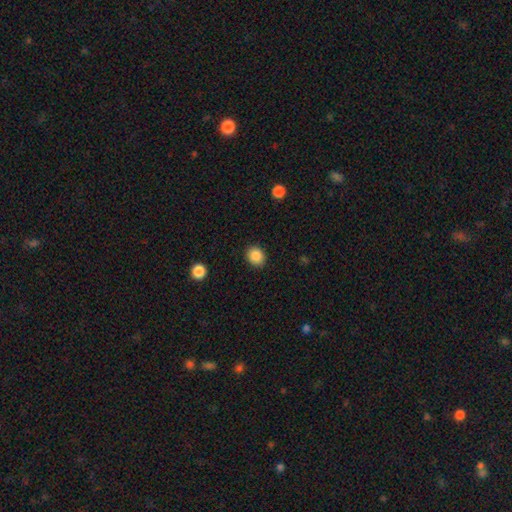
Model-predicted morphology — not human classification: Smooth or featured? Predicted: smooth (p=0.87). How rounded? Predicted: round (p=0.70). Merging? Predicted: none (p=0.90).